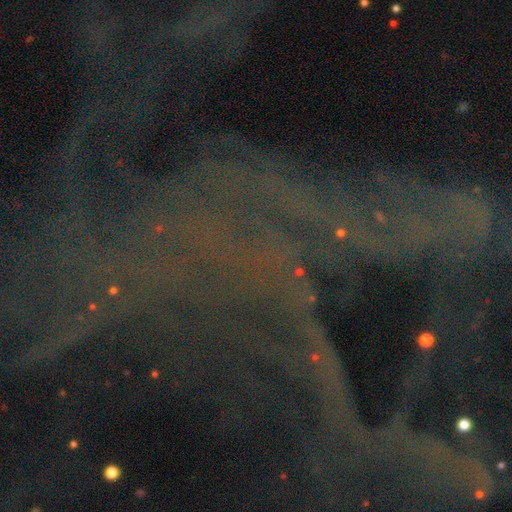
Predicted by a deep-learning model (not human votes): A star or artifact, not a galaxy (82%).